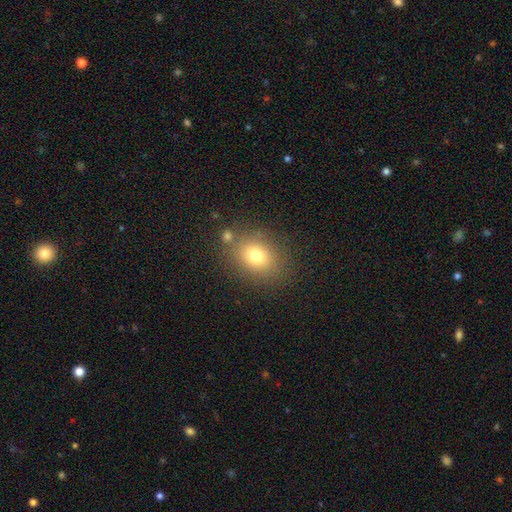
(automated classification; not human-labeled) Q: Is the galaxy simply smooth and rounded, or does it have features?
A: smooth — 75%.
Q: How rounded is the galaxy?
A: in between — 54%.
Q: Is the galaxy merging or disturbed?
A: none — 76%.